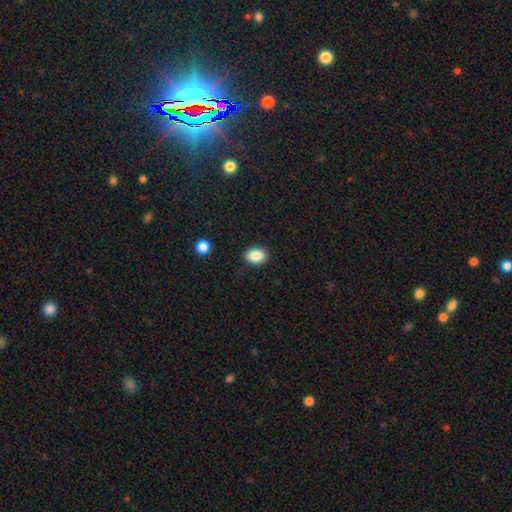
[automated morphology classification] smooth_or_featured: smooth (p=0.87) [alt: star or artifact p=0.09]
how_rounded: in between (p=0.75) [alt: round p=0.23]
merging: none (p=0.88) [alt: minor disturbance p=0.08]